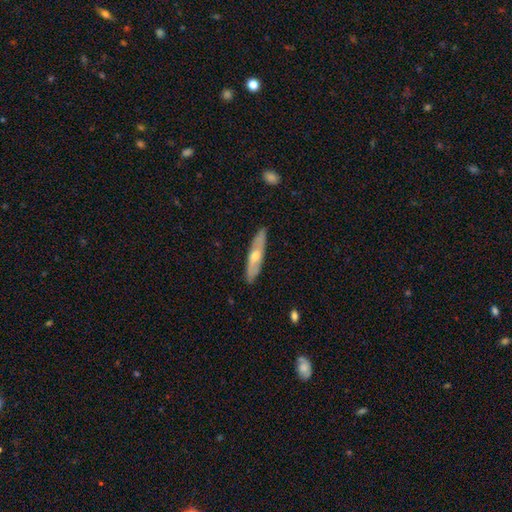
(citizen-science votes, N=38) featured or disk 55%, smooth 45%, star or artifact 0%. Down the decision tree: edge-on disk — yes (57%); edge-on bulge — rounded (83%); merging — none (87%).